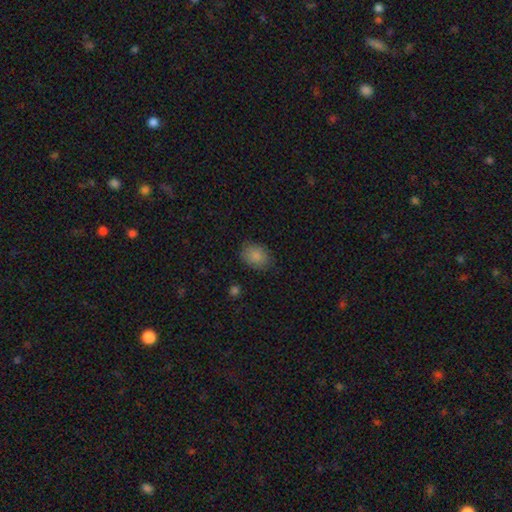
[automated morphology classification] Smooth or featured?
  - smooth: 86% *
  - star or artifact: 9%
  - featured or disk: 5%
How rounded?
  - in between: 63% *
  - round: 36%
  - cigar-shaped: 1%
Merging?
  - none: 81% *
  - minor disturbance: 14%
  - major disturbance: 3%
  - merger: 1%